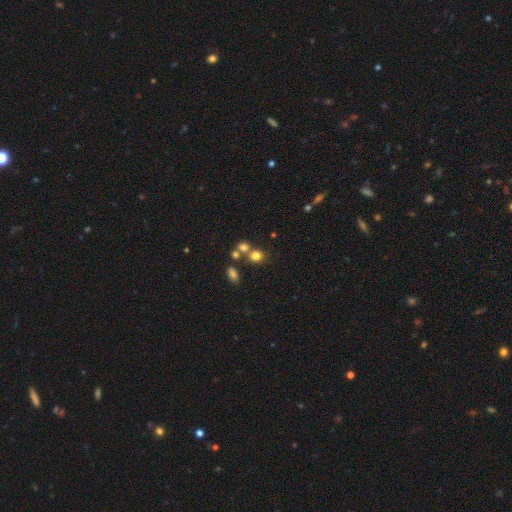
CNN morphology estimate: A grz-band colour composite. It shows a smooth galaxy with no disk features (76%) that is round (77%). Merging: none (56%).